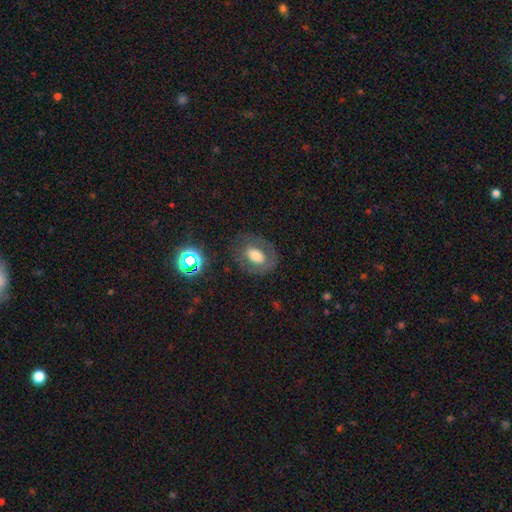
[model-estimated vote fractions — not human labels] smooth 53%, featured or disk 35%, star or artifact 12%. Down the decision tree: how rounded — in between (68%); merging — none (74%).